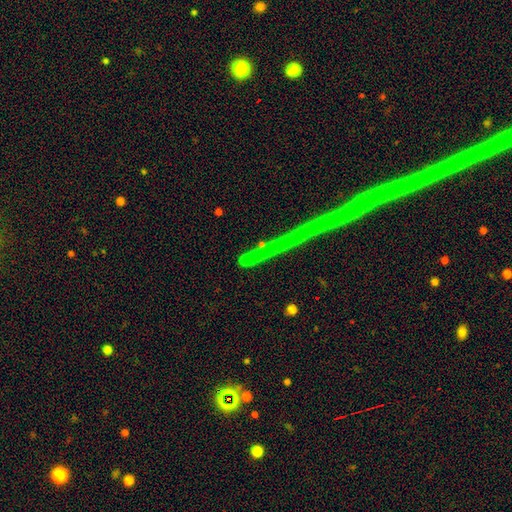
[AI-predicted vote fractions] The model was most divided on "smooth or featured": star or artifact: 67%, featured or disk: 18%, smooth: 16%.